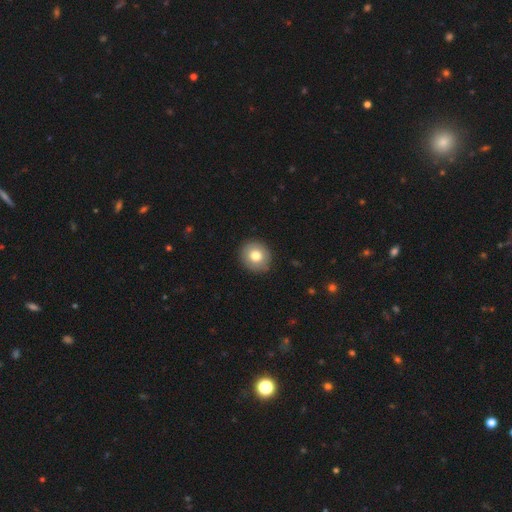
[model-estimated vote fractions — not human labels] Smooth or featured? smooth (78%)
How rounded? round (85%)
Merging? none (90%)